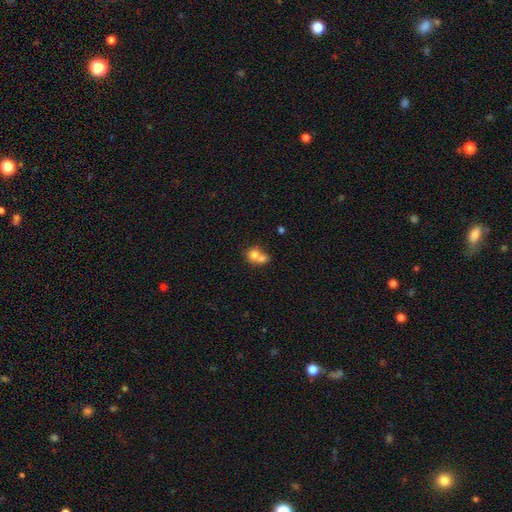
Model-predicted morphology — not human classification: Smooth or featured?
  - smooth: 72% *
  - featured or disk: 18%
  - star or artifact: 10%
How rounded?
  - round: 69% *
  - in between: 30%
  - cigar-shaped: 1%
Merging?
  - merger: 68% *
  - none: 23%
  - minor disturbance: 6%
  - major disturbance: 3%